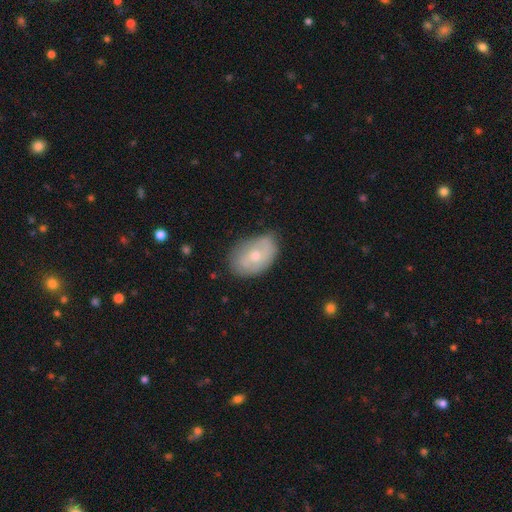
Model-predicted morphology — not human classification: This is possibly a smooth galaxy (53%). How rounded: clearly in between (86%). Merging: likely none (64%).